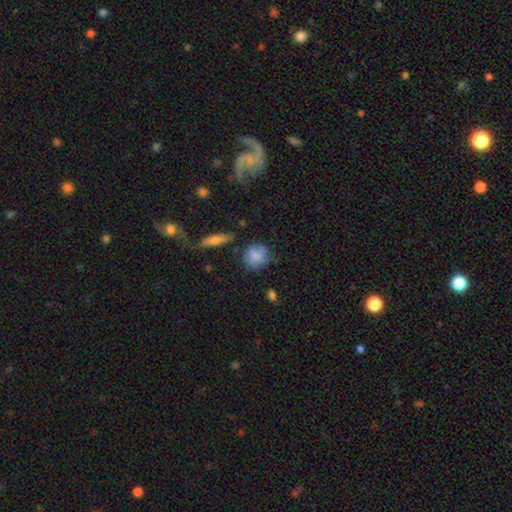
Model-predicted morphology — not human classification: The model was most divided on "merging": none: 64%, minor disturbance: 24%, major disturbance: 8%, merger: 4%. More confident: smooth or featured — smooth (77%); how rounded — round (75%).